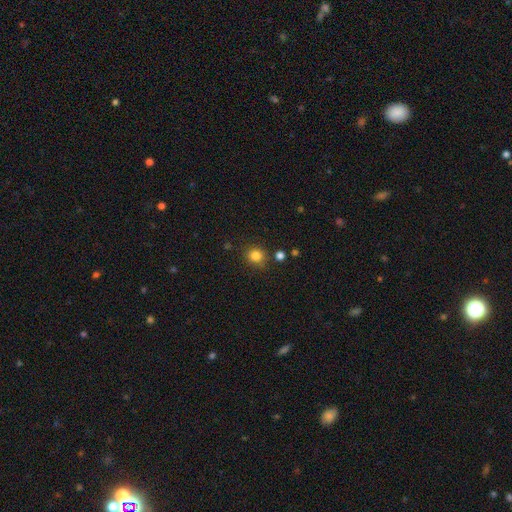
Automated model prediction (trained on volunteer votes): Smooth or featured? Predicted: smooth (p=0.83). How rounded? Predicted: round (p=0.86). Merging? Predicted: none (p=0.83).